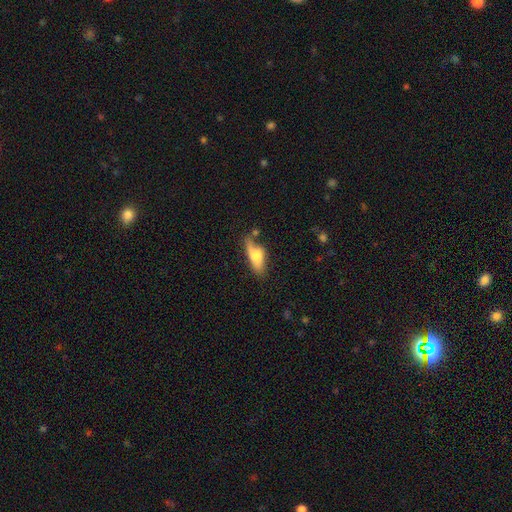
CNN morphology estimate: A smooth galaxy with no disk features (60%) that is in between round and cigar-shaped (62%). Merging: none (47%).